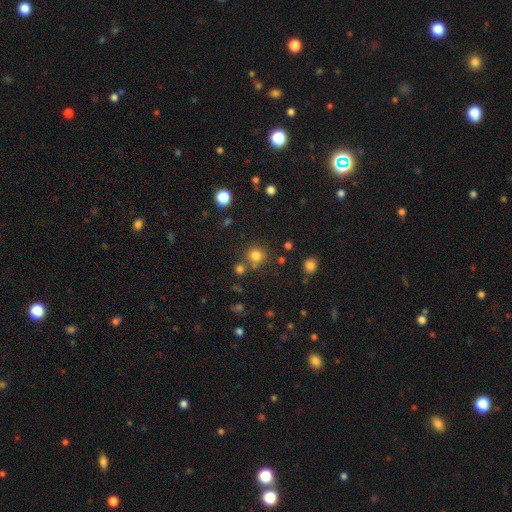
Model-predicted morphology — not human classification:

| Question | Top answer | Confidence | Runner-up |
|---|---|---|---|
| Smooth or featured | smooth | 78% | star or artifact (16%) |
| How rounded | round | 91% | in between (8%) |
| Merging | none | 71% | merger (16%) |